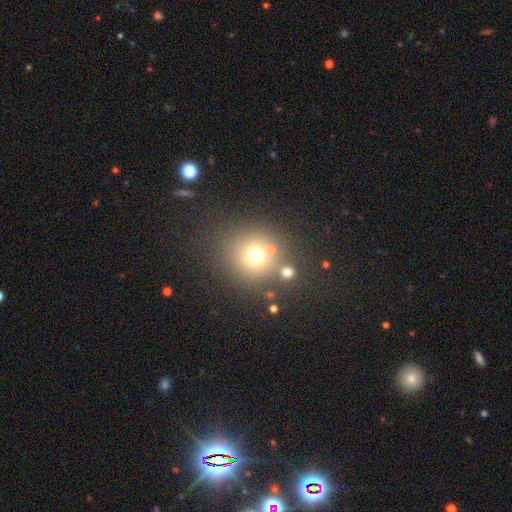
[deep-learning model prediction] smooth 69%, star or artifact 19%, featured or disk 12%. Down the decision tree: how rounded — round (92%); merging — none (71%).